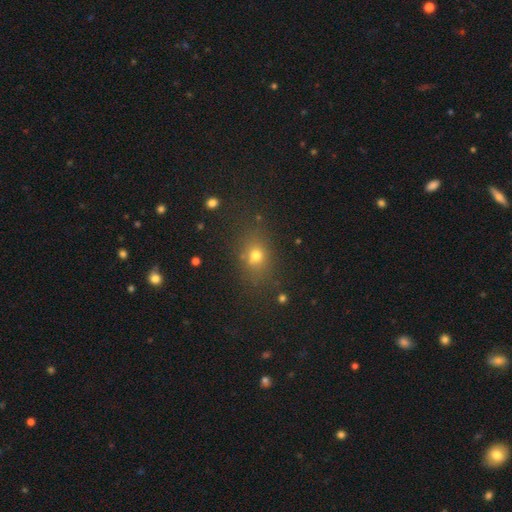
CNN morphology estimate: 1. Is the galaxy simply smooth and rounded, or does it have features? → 69% smooth, 20% star or artifact, 12% featured or disk.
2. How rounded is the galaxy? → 50% in between, 48% round, 2% cigar-shaped.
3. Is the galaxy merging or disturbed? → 77% none, 13% minor disturbance, 6% major disturbance, 4% merger.